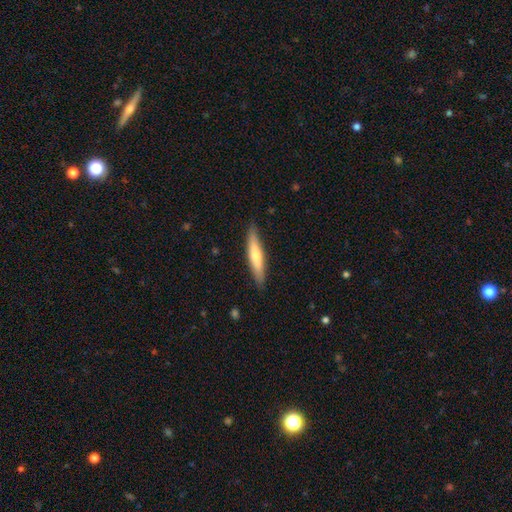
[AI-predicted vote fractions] This is possibly a smooth galaxy (59%). How rounded: clearly cigar-shaped (87%). Merging: clearly none (88%).